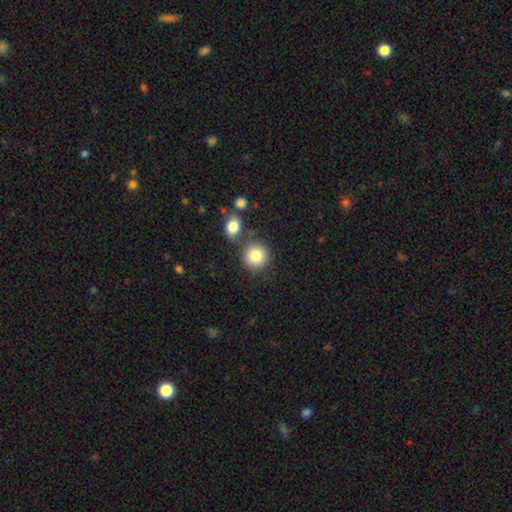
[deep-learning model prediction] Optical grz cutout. It shows a smooth galaxy with no disk features (83%) that is round (90%). Merging: none (71%).